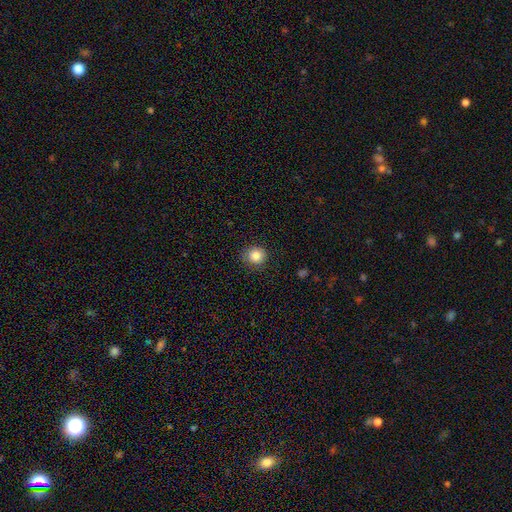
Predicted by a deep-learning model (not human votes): This is clearly a smooth galaxy (85%). How rounded: clearly round (84%). Merging: clearly none (84%).